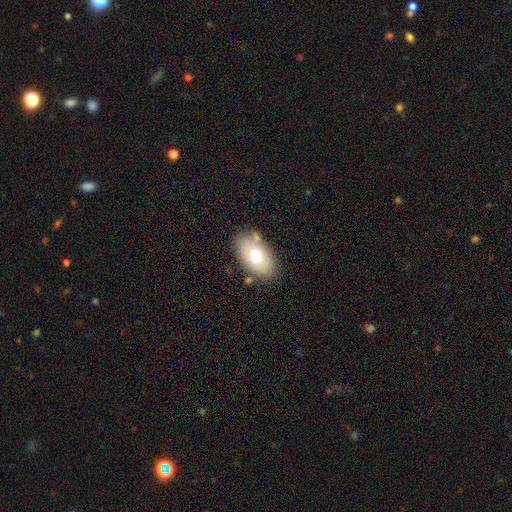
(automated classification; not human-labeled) Smooth or featured? Predicted: smooth (p=0.64). How rounded? Predicted: in between (p=0.89). Merging? Predicted: none (p=0.74).